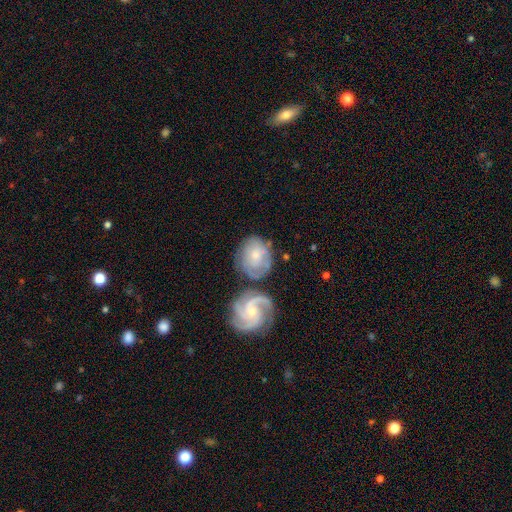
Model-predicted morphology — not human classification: Smooth or featured: featured or disk — 62% (smooth — 32%)
Edge-on disk: no — 97% (yes — 3%)
Bar: no — 69% (weak — 26%)
Spiral arms: yes — 89% (no — 11%)
Spiral winding: tight — 49% (medium — 39%)
Spiral arm count: 3 — 37% (can't tell — 24%)
Bulge size: small — 56% (moderate — 37%)
Merging: none — 50% (merger — 24%)